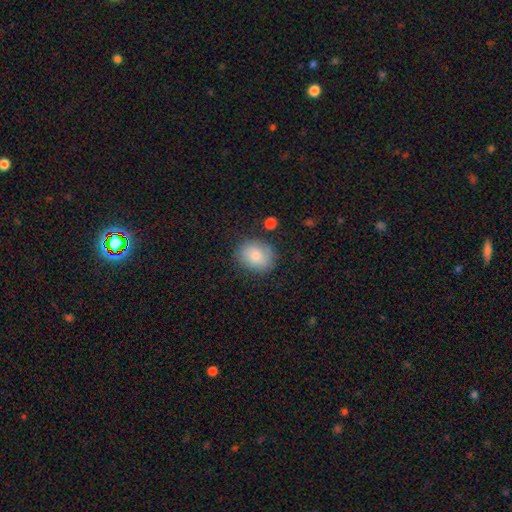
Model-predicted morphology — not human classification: A smooth galaxy with no disk features (79%) that is round (58%).

Vote fractions:
- Smooth or featured? smooth: 79% / featured or disk: 14% / star or artifact: 7%
- How rounded? round: 58% / in between: 41% / cigar-shaped: 1%
- Merging? none: 79% / minor disturbance: 15% / major disturbance: 4% / merger: 3%